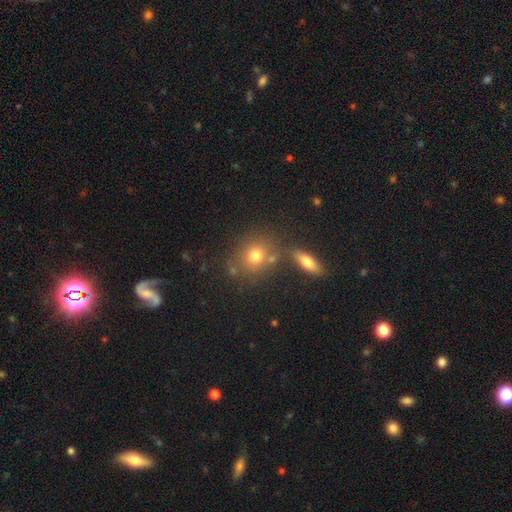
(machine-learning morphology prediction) This appears to be a smooth galaxy with no disk features (72%) that is round (72%). Merging: none (66%).